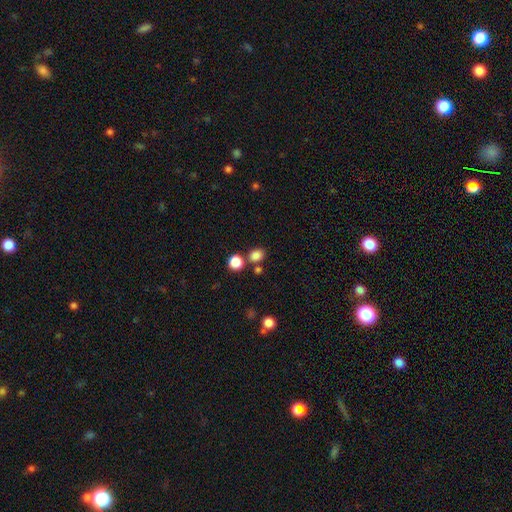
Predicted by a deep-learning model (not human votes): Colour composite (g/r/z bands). It shows a smooth galaxy with no disk features (83%) that is round (64%). Merging: none (71%).